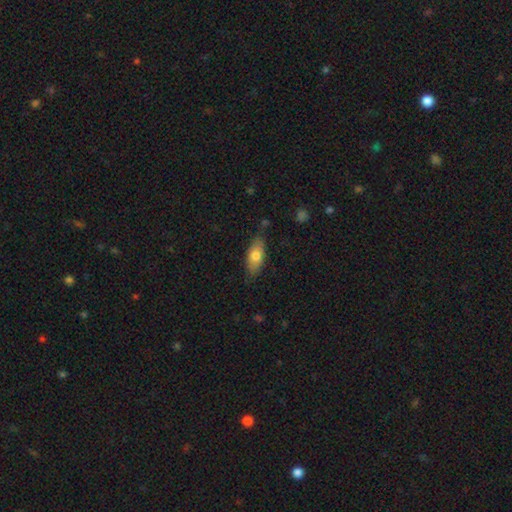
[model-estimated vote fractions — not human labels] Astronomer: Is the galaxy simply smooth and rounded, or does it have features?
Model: smooth — 72%.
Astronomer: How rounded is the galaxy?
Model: in between — 82%.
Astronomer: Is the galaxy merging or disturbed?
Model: none — 76%.